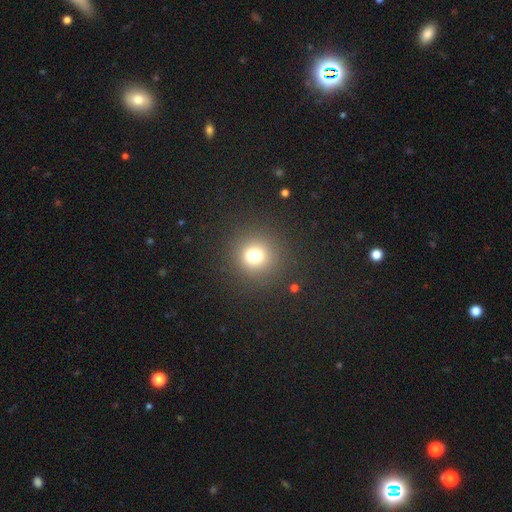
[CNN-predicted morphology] This appears to be a smooth galaxy with no disk features (73%) that is round (87%). Merging: none (83%).